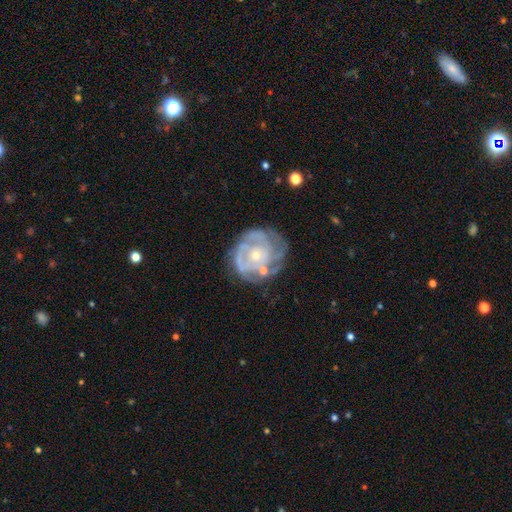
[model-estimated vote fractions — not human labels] Morphology: type=featured or disk (80%); edge-on=no (98%); bar=no (80%); spiral arms=yes (83%); winding=tight (67%); arm count=can't tell (41%); bulge=small (71%); merging=none (61%).